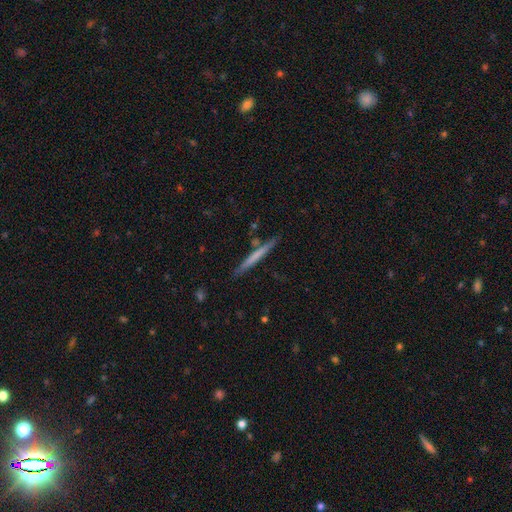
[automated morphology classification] Overall: smooth (53%; featured or disk 42%). How rounded: cigar-shaped (97%). Merging: none (86%).